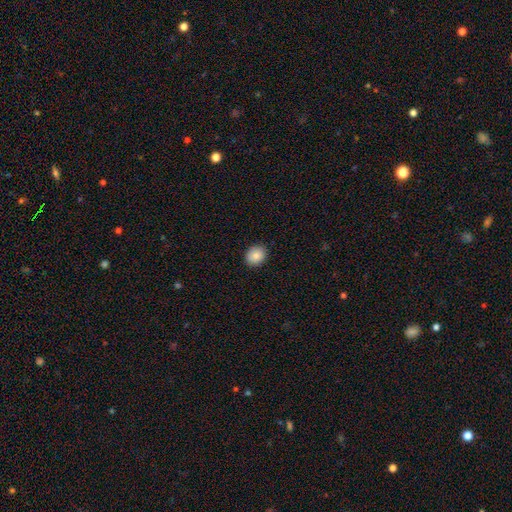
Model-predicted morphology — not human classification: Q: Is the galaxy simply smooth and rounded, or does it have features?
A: smooth — 85%.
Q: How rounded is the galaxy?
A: round — 60%.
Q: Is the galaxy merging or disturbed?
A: none — 90%.